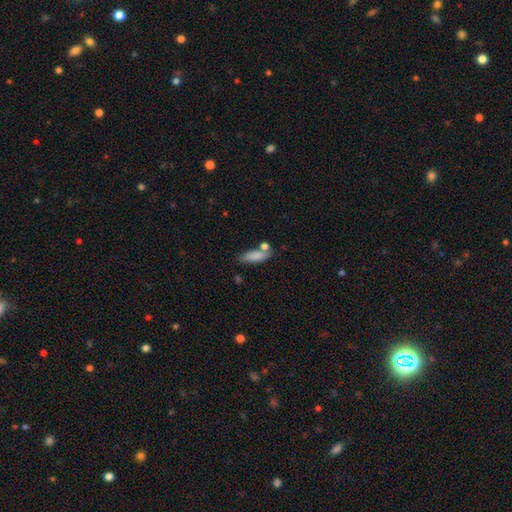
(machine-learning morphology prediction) Smooth or featured? smooth (83%)
How rounded? in between (61%)
Merging? none (62%)